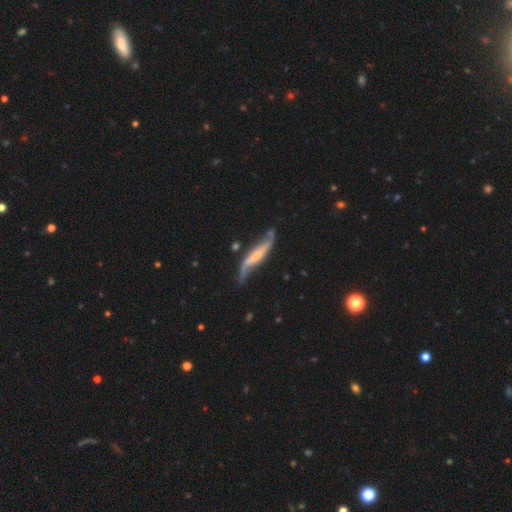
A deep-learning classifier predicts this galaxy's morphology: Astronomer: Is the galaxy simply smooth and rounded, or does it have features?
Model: featured or disk — 72%.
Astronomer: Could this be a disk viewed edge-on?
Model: no — 62% (runner-up: yes, 38%).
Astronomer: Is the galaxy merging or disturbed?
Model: none — 57%.